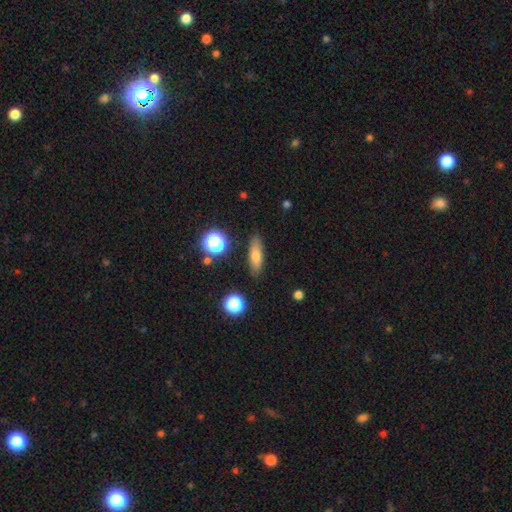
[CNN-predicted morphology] smooth_or_featured: smooth (p=0.69) [alt: featured or disk p=0.20]
how_rounded: cigar-shaped (p=0.49) [alt: in between p=0.44]
merging: none (p=0.84) [alt: minor disturbance p=0.11]